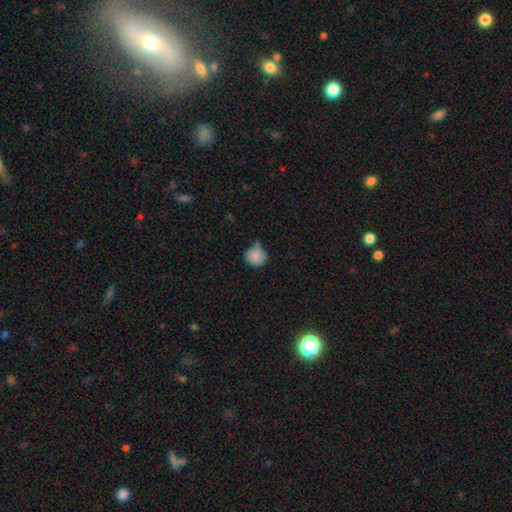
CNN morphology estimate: type=smooth (84%); roundness=round (82%); merging=none (52%).